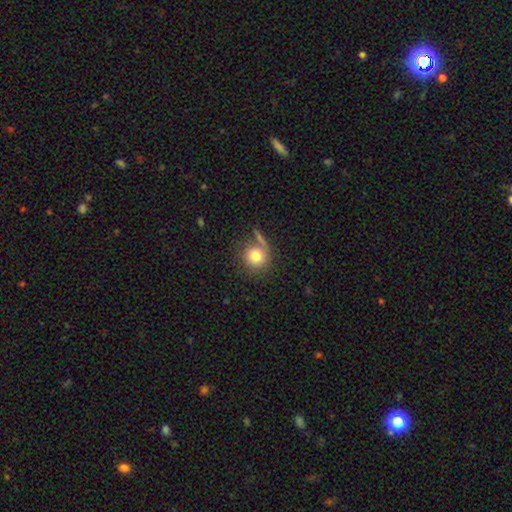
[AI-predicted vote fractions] A smooth galaxy with no disk features (79%) that is round (91%).

Vote fractions:
- Smooth or featured? smooth: 79% / featured or disk: 11% / star or artifact: 10%
- How rounded? round: 91% / in between: 8% / cigar-shaped: 1%
- Merging? none: 62% / minor disturbance: 14% / merger: 14% / major disturbance: 10%